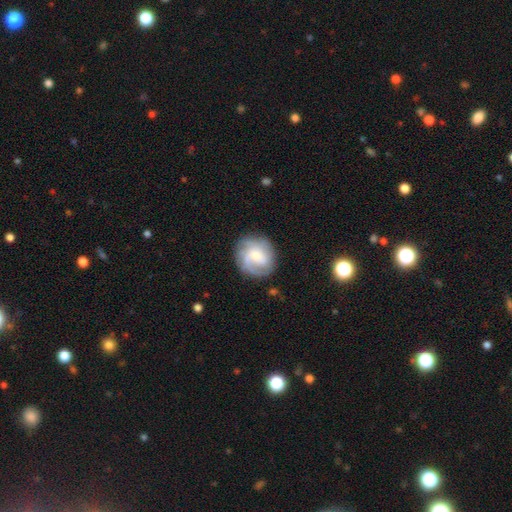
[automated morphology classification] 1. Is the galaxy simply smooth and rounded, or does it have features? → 67% featured or disk, 26% smooth, 7% star or artifact.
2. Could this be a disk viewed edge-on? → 98% no, 2% yes.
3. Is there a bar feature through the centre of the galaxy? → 58% no, 35% weak, 7% strong.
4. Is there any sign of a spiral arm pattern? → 91% yes, 9% no.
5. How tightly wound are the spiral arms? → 44% tight, 39% medium, 17% loose.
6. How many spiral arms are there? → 29% 3 (tied), 29% can't tell (tied), 22% 2, 8% 4, 8% 1, 5% more than 4.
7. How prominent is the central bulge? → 48% small, 40% moderate, 6% large, 4% none, 1% dominant.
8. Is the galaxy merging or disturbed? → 76% none, 15% minor disturbance, 7% major disturbance, 2% merger.